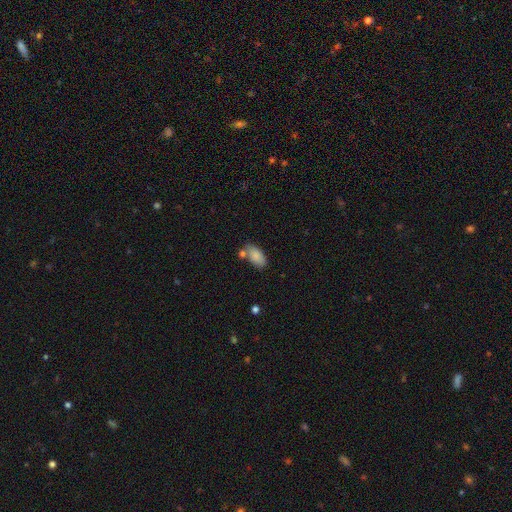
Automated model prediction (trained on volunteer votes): This appears to be a smooth galaxy with no disk features (85%) that is in between round and cigar-shaped (93%). Merging: none (63%).